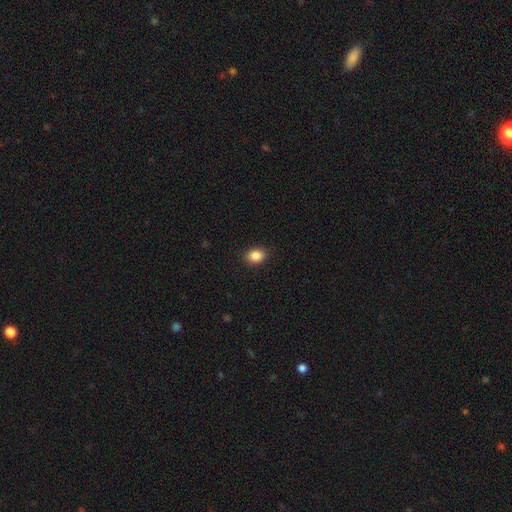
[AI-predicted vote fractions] This is clearly a smooth galaxy (88%). How rounded: likely in between (63%). Merging: clearly none (90%).